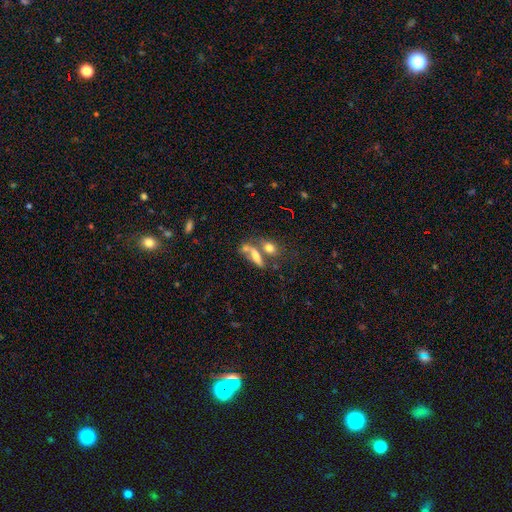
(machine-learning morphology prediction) Q: Smooth or featured?
A: smooth (60%); runner-up: featured or disk (27%)
Q: How rounded?
A: in between (51%); runner-up: cigar-shaped (41%)
Q: Merging?
A: merger (41%); runner-up: none (38%)